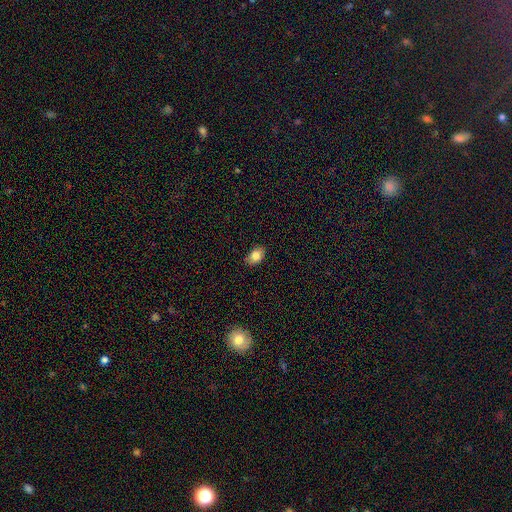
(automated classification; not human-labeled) smooth_or_featured: smooth (p=0.82) [alt: star or artifact p=0.09]
how_rounded: in between (p=0.81) [alt: round p=0.17]
merging: none (p=0.84) [alt: minor disturbance p=0.13]